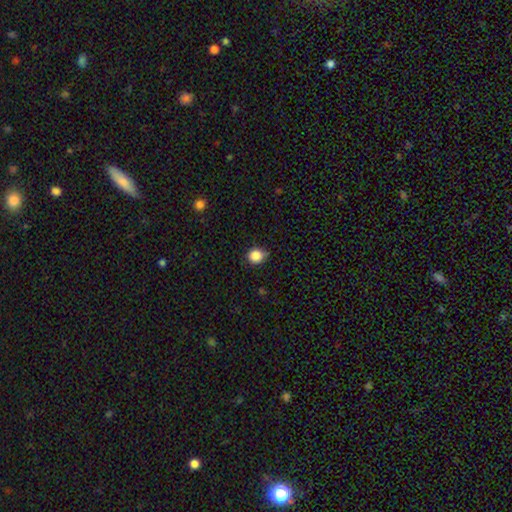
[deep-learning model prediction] smooth_or_featured: smooth (p=0.86) [alt: star or artifact p=0.10]
how_rounded: round (p=0.83) [alt: in between p=0.16]
merging: none (p=0.70) [alt: minor disturbance p=0.24]